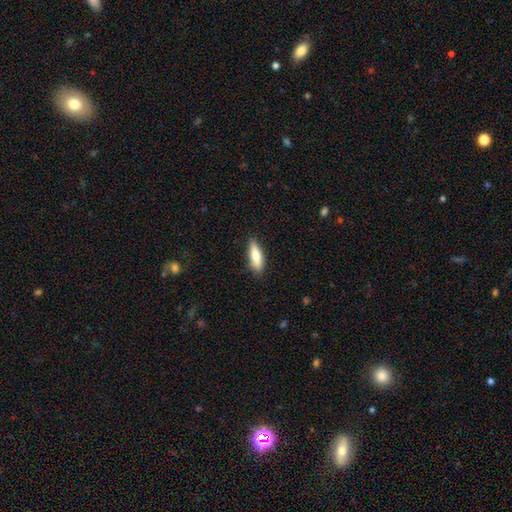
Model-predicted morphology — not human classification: Smooth or featured: smooth — 75% (featured or disk — 19%)
How rounded: cigar-shaped — 54% (in between — 44%)
Merging: none — 85% (minor disturbance — 12%)